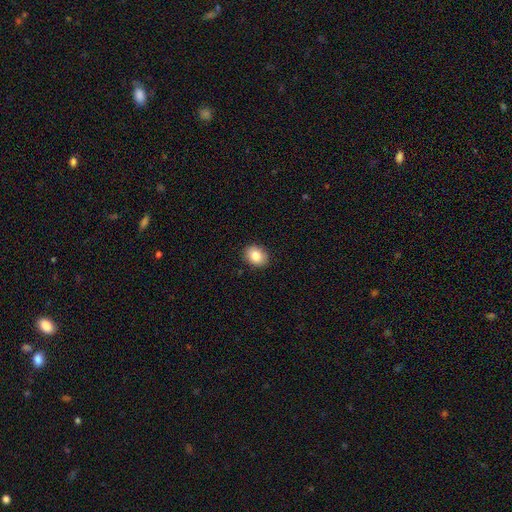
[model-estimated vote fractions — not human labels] A smooth galaxy with no disk features (83%) that is in between round and cigar-shaped (56%). Merging: none (90%).